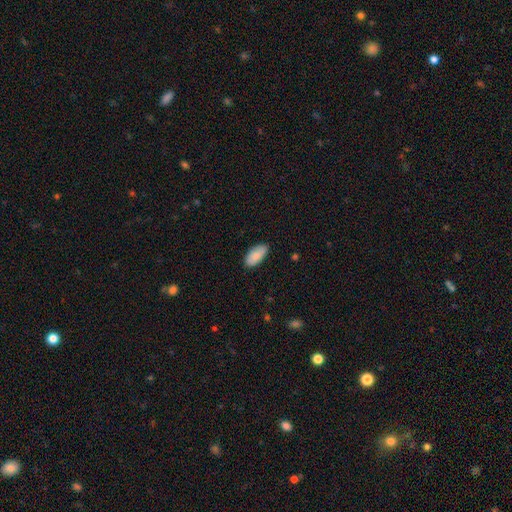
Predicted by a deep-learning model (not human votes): Overall: smooth (86%). How rounded: in between (92%). Merging: none (84%).